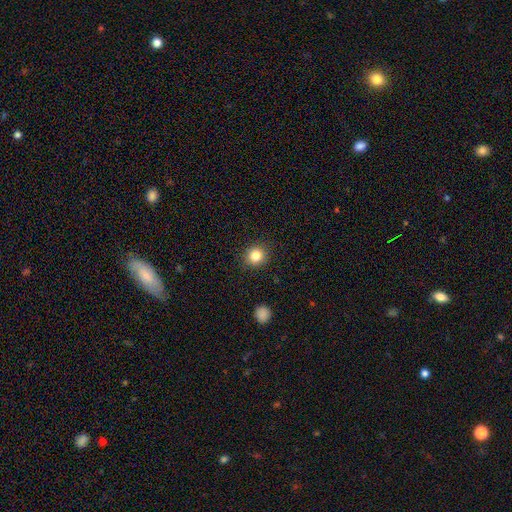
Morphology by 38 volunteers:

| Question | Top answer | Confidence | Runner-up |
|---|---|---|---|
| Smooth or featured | smooth | 92% | featured or disk (5%) |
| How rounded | round | 83% | in between (17%) |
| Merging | none | 86% | minor disturbance (11%) |